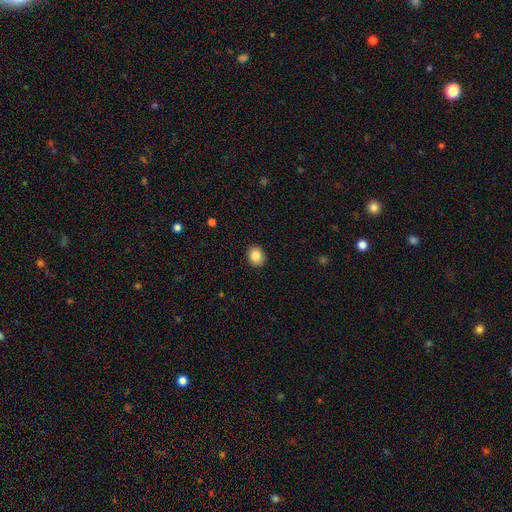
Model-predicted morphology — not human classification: Smooth or featured?
  - smooth: 84% *
  - star or artifact: 9%
  - featured or disk: 7%
How rounded?
  - round: 63% *
  - in between: 37%
  - cigar-shaped: 1%
Merging?
  - none: 91% *
  - minor disturbance: 7%
  - major disturbance: 2%
  - merger: 1%